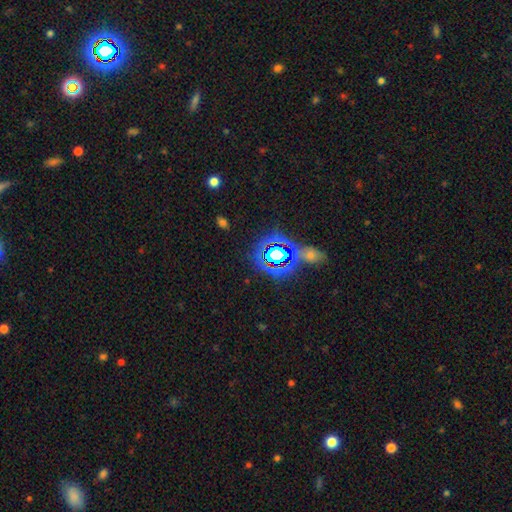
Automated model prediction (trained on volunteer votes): Overall: star or artifact (60%; smooth 28%).